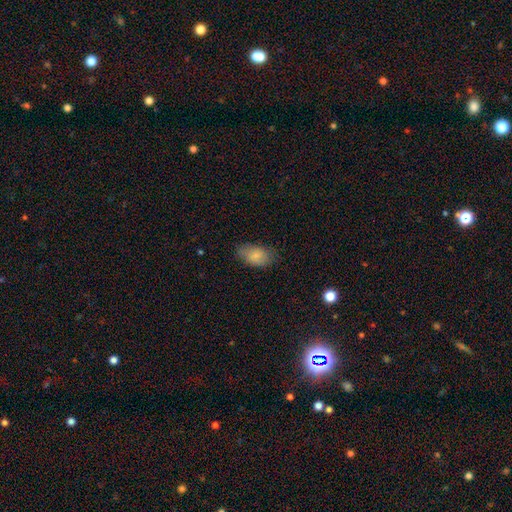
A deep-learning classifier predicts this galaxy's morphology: smooth_or_featured: smooth (p=0.83) [alt: featured or disk p=0.10]
how_rounded: in between (p=0.91) [alt: round p=0.08]
merging: none (p=0.73) [alt: minor disturbance p=0.21]